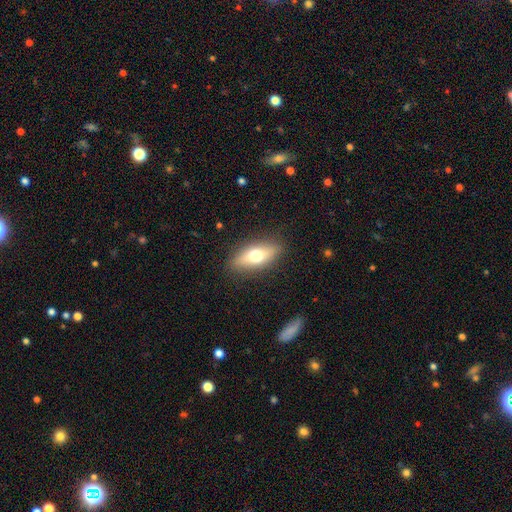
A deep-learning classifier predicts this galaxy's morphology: Smooth or featured: smooth — 61% (featured or disk — 32%)
How rounded: in between — 70% (cigar-shaped — 26%)
Merging: none — 86% (minor disturbance — 10%)